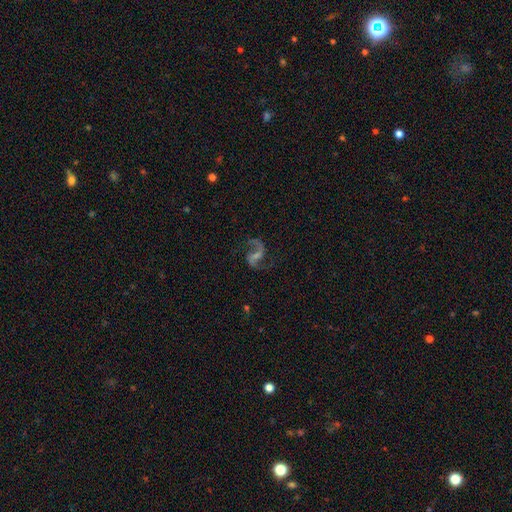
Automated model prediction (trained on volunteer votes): Overall: featured or disk (90%). Edge-on disk: no (98%). Bar: weak (47%; no 32%). Spiral arms: yes (98%). Spiral arm count: 2 (93%). Spiral winding: loose (61%; medium 34%). Bulge size: small (53%; moderate 25%). Merging: none (78%).